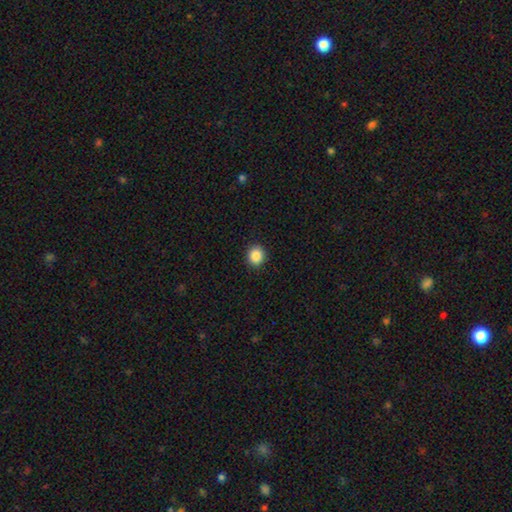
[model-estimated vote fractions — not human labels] smooth_or_featured: smooth (p=0.88) [alt: star or artifact p=0.09]
how_rounded: round (p=0.80) [alt: in between p=0.19]
merging: none (p=0.91) [alt: minor disturbance p=0.06]